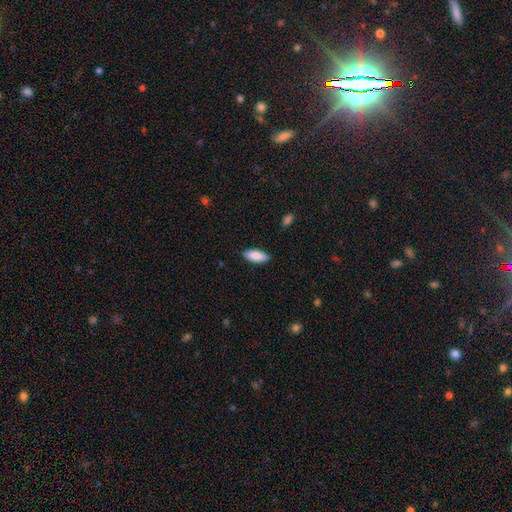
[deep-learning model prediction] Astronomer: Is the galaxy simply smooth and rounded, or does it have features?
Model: smooth — 89%.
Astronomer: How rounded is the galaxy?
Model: in between — 81%.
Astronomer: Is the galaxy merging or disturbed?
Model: none — 86%.